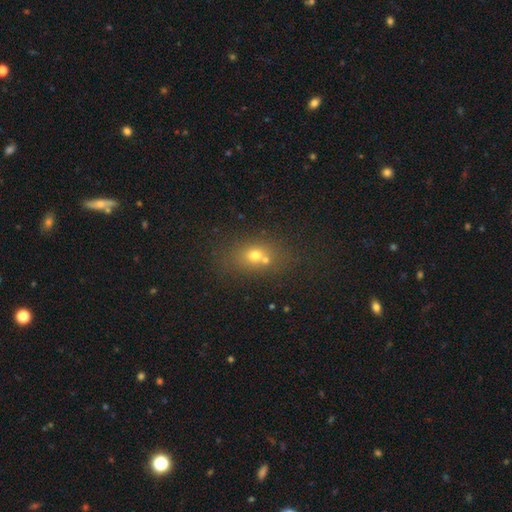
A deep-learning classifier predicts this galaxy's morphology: smooth_or_featured: smooth (p=0.64) [alt: featured or disk p=0.18]
how_rounded: in between (p=0.50) [alt: round p=0.48]
merging: none (p=0.50) [alt: merger p=0.36]